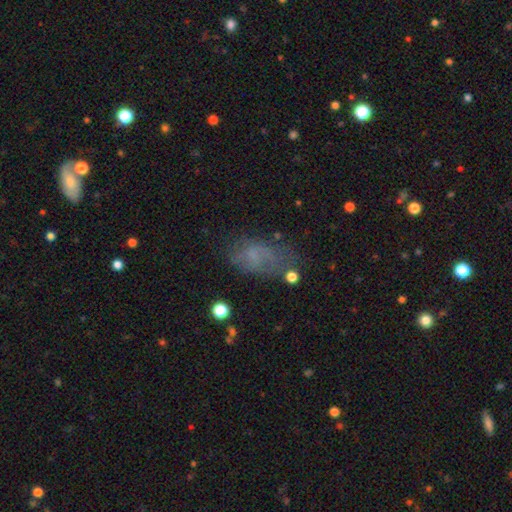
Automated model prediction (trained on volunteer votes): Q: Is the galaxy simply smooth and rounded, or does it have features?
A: smooth — 53%.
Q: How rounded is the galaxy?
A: in between — 87%.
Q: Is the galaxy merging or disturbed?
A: none — 48%.